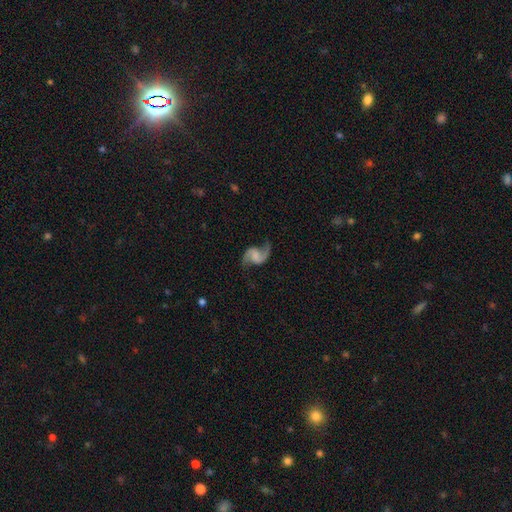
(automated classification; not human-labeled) A featured or disk galaxy (90%) with a weak bar (45%), 2 (94%) loose (62%) spiral arms (98%) and no central bulge (59%). Merging: none (79%).